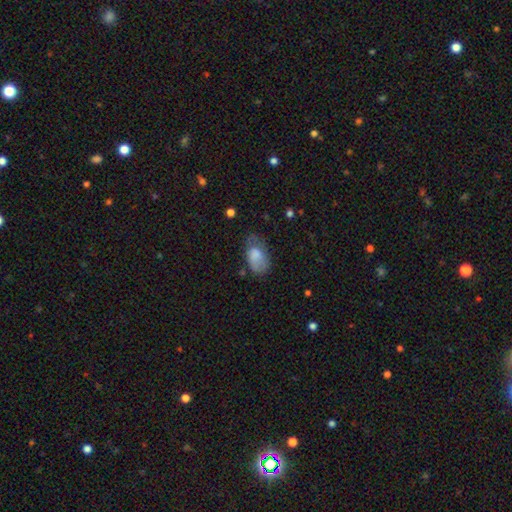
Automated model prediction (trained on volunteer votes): Overall: smooth (71%). How rounded: in between (90%). Merging: none (42%; minor disturbance 34%).